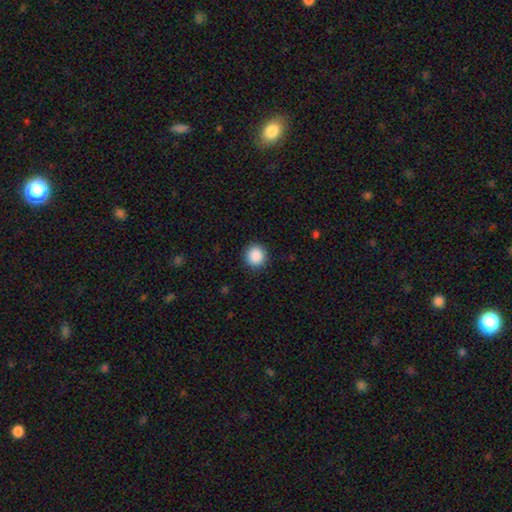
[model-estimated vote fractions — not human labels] smooth 89%, star or artifact 8%, featured or disk 3%. Down the decision tree: how rounded — round (92%); merging — none (91%).